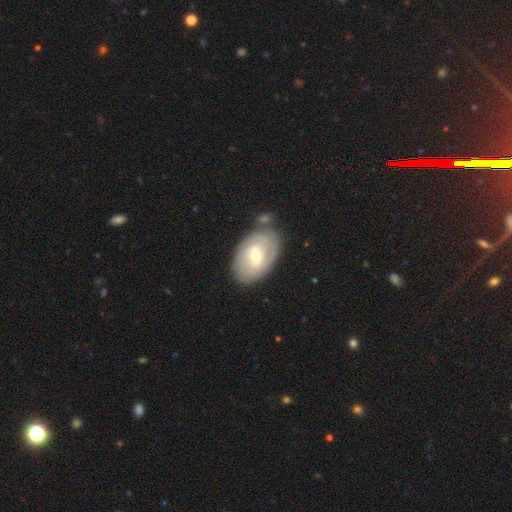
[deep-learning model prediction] Smooth or featured: featured or disk — 66% (smooth — 29%)
Edge-on disk: no — 94% (yes — 6%)
Bar: weak — 57% (no — 26%)
Spiral arms: yes — 73% (no — 27%)
Bulge size: moderate — 62% (small — 34%)
Merging: none — 67% (minor disturbance — 19%)